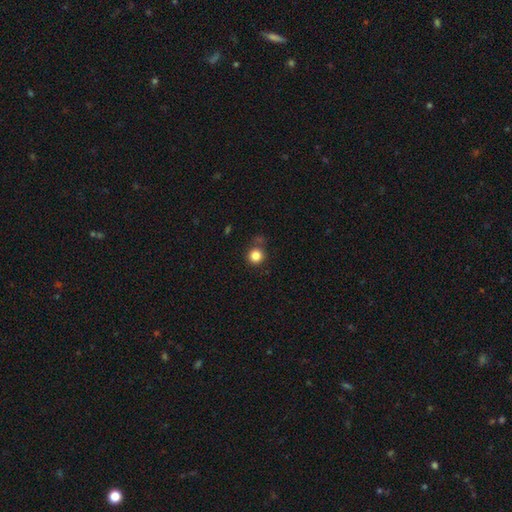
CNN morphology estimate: Smooth or featured?
  - smooth: 84% *
  - star or artifact: 11%
  - featured or disk: 5%
How rounded?
  - round: 93% *
  - in between: 6%
  - cigar-shaped: 1%
Merging?
  - none: 75% *
  - minor disturbance: 14%
  - merger: 6%
  - major disturbance: 5%